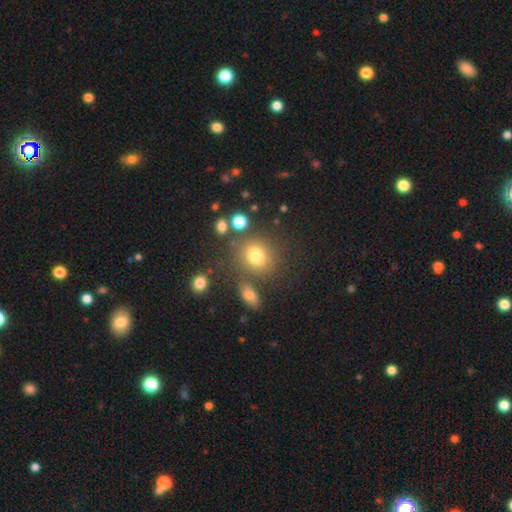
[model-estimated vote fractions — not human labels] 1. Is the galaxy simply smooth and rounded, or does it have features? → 75% smooth, 15% star or artifact, 10% featured or disk.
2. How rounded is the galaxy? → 76% round, 23% in between, 1% cigar-shaped.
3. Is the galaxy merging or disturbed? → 72% none, 12% minor disturbance, 10% merger, 6% major disturbance.